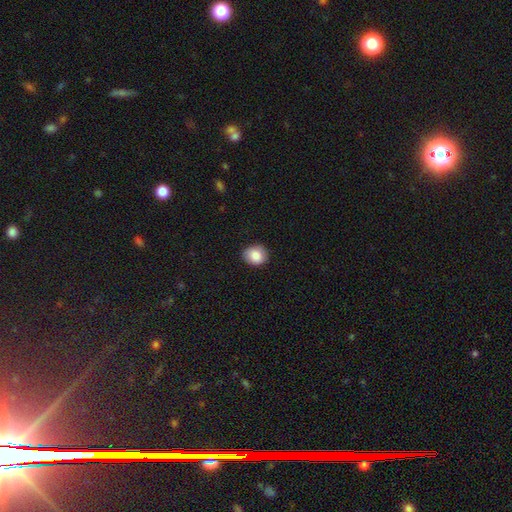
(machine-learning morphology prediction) Smooth or featured? Predicted: smooth (p=0.87). How rounded? Predicted: round (p=0.70). Merging? Predicted: none (p=0.87).